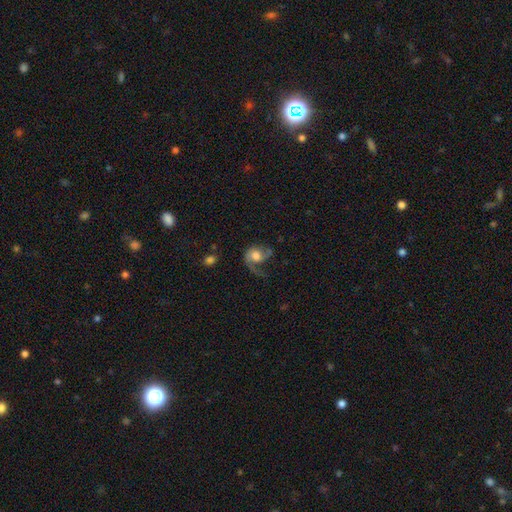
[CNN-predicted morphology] A featured or disk galaxy (67%) with no bar (71%), 1 (55%) loose (51%) spiral arms (90%) and a moderate central bulge (43%). Merging: major disturbance (42%).